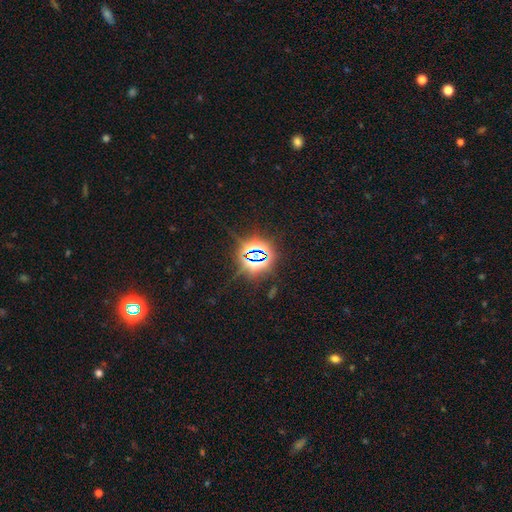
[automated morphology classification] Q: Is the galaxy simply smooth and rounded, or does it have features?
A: star or artifact — 82%.